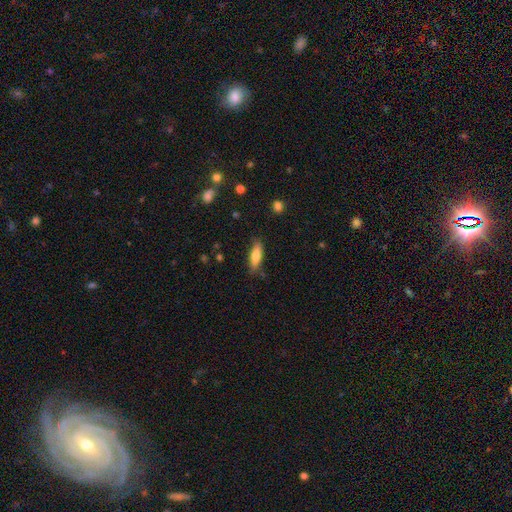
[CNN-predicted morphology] Smooth or featured?
  - smooth: 74% *
  - featured or disk: 19%
  - star or artifact: 6%
How rounded?
  - cigar-shaped: 53% *
  - in between: 45%
  - round: 2%
Merging?
  - none: 80% *
  - minor disturbance: 15%
  - major disturbance: 3%
  - merger: 2%